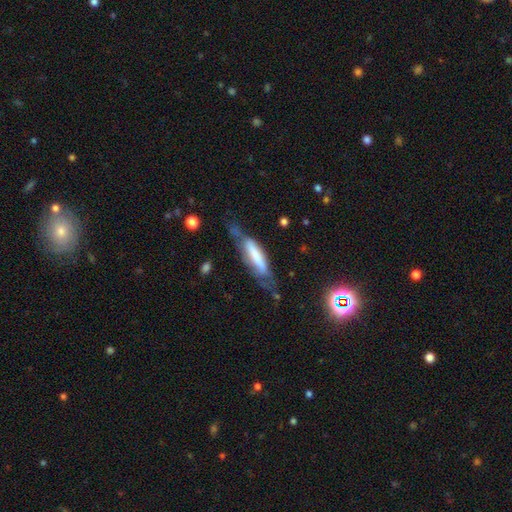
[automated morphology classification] A smooth galaxy with no disk features (51%) that is cigar-shaped (69%). Merging: none (41%).